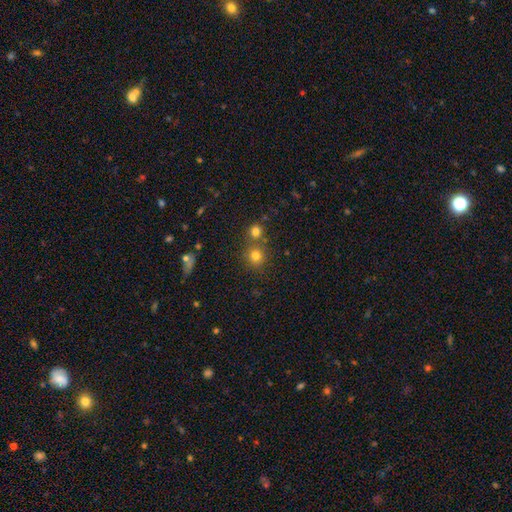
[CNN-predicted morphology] This is likely a smooth galaxy (76%). How rounded: clearly round (88%). Merging: likely none (66%).